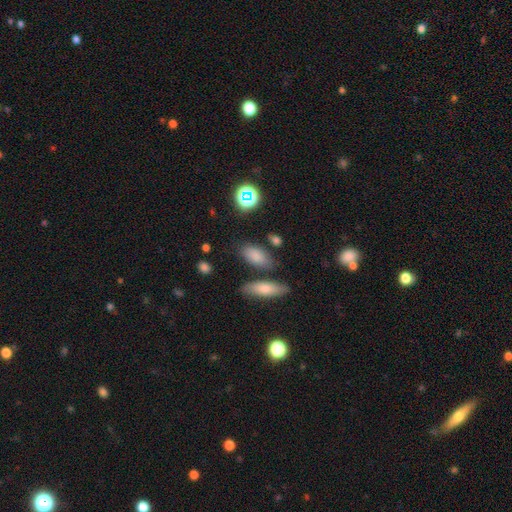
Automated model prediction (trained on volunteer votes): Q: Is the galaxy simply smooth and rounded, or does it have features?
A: smooth — 82%.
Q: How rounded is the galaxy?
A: in between — 87%.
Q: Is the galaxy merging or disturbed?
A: none — 74%.